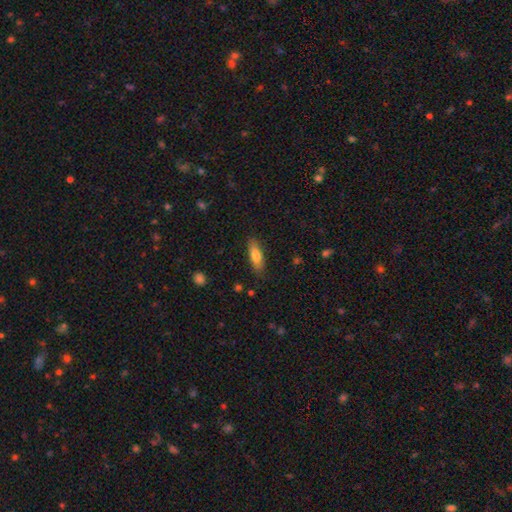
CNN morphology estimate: smooth-or-featured: smooth: 72% | featured or disk: 21% | star or artifact: 7%
  how-rounded: in between: 56% | cigar-shaped: 42% | round: 2%
  merging: none: 85% | minor disturbance: 11% | major disturbance: 2% | merger: 1%